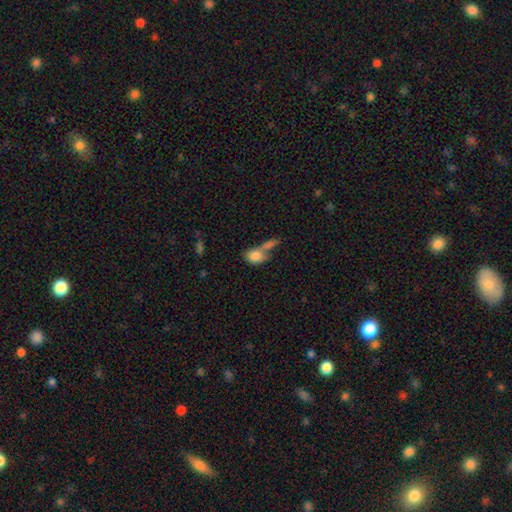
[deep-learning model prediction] Morphology: type=smooth (81%); roundness=in between (69%); merging=merger (59%).